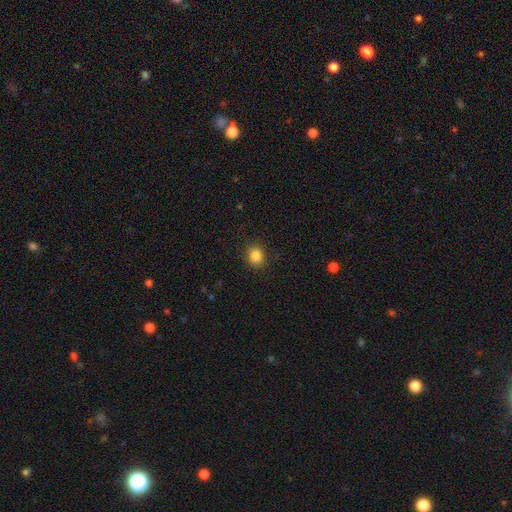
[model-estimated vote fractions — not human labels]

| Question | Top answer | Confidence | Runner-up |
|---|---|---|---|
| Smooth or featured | smooth | 84% | star or artifact (11%) |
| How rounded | round | 81% | in between (18%) |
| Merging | none | 90% | minor disturbance (7%) |